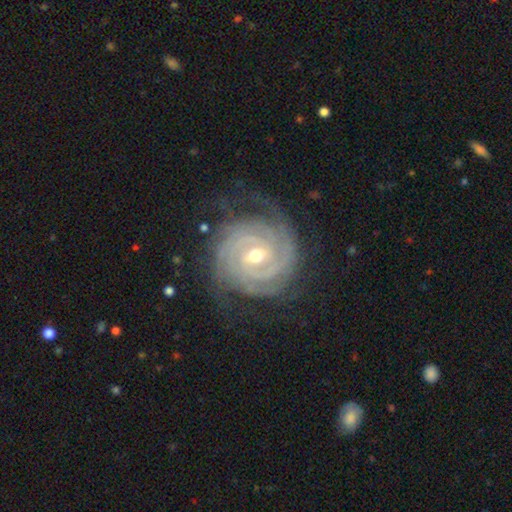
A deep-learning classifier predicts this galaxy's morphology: Overall: featured or disk (91%). Edge-on disk: no (97%). Bar: weak (46%; no 34%). Spiral arms: yes (98%). Spiral arm count: can't tell (25%; 2 24%). Spiral winding: tight (83%). Bulge size: moderate (59%; small 38%). Merging: none (73%).